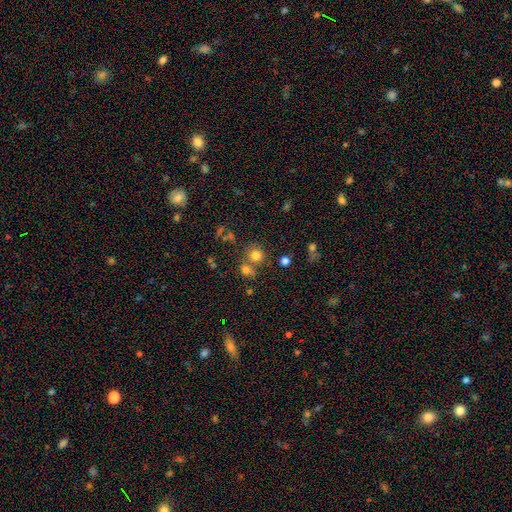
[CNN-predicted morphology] smooth-or-featured: smooth: 76% | star or artifact: 16% | featured or disk: 8%
  how-rounded: round: 88% | in between: 11% | cigar-shaped: 1%
  merging: none: 62% | merger: 26% | minor disturbance: 8% | major disturbance: 4%